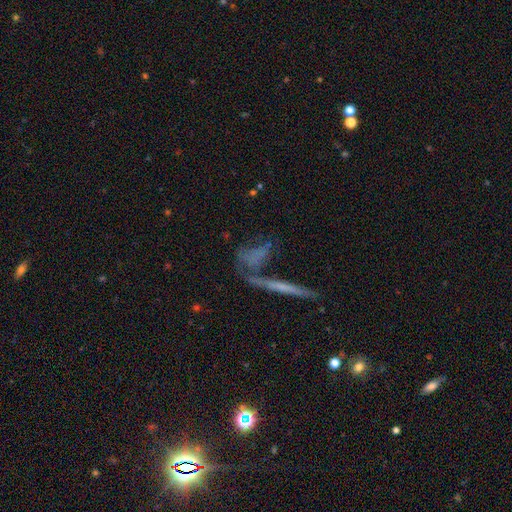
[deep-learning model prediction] smooth-or-featured: featured or disk: 44% | smooth: 42% | star or artifact: 14%
  merging: none: 45% | merger: 29% | minor disturbance: 14% | major disturbance: 13%